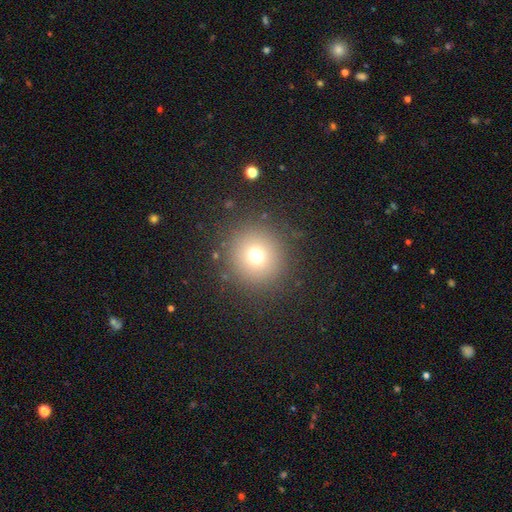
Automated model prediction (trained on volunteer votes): smooth-or-featured: smooth: 71% | star or artifact: 17% | featured or disk: 12%
  how-rounded: round: 93% | in between: 7% | cigar-shaped: 1%
  merging: none: 87% | minor disturbance: 7% | major disturbance: 4% | merger: 2%